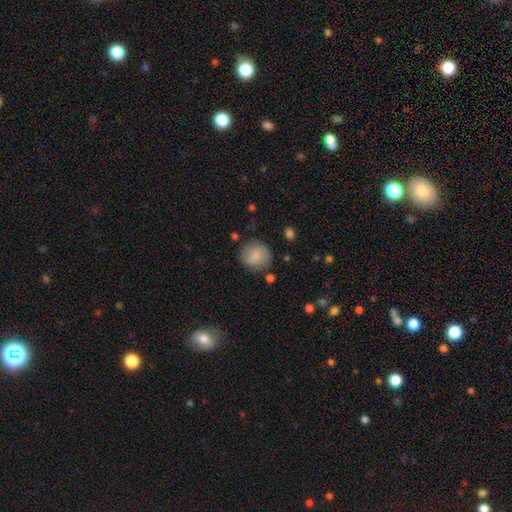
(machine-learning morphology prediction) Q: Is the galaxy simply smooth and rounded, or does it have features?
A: smooth — 81%.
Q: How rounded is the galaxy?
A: round — 89%.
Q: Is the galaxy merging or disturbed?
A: none — 81%.